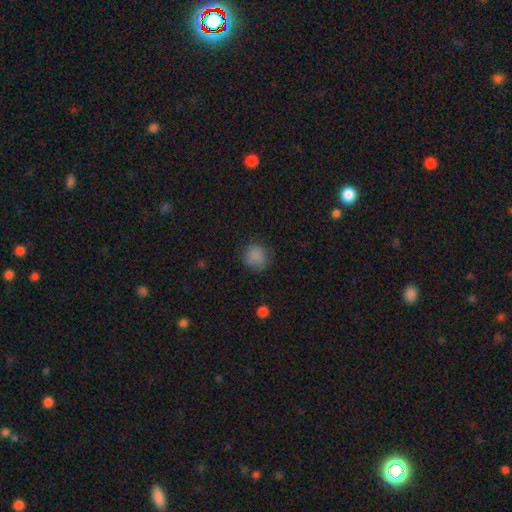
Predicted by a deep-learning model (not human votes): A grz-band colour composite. It shows a smooth galaxy with no disk features (84%) that is round (87%). Merging: none (78%).